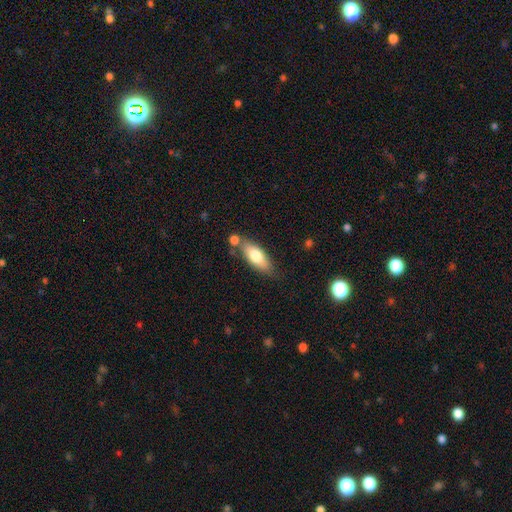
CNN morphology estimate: Smooth or featured? smooth (72%)
How rounded? in between (71%)
Merging? none (65%)